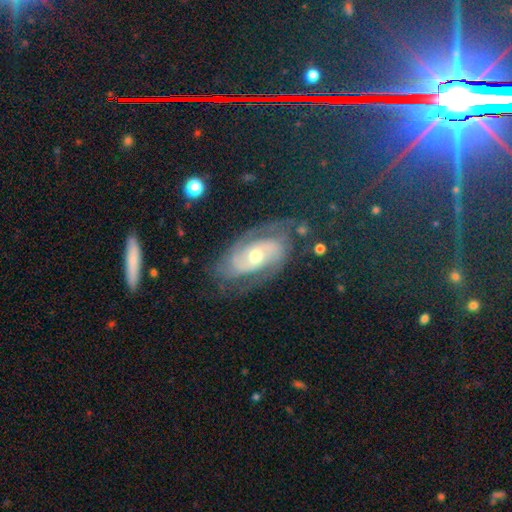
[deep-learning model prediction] Q: Smooth or featured?
A: featured or disk (84%); runner-up: smooth (10%)
Q: Edge-on disk?
A: no (95%); runner-up: yes (5%)
Q: Bar?
A: no (66%); runner-up: weak (26%)
Q: Spiral arms?
A: yes (93%); runner-up: no (7%)
Q: Spiral winding?
A: tight (51%); runner-up: medium (36%)
Q: Spiral arm count?
A: 2 (58%); runner-up: can't tell (21%)
Q: Bulge size?
A: moderate (67%); runner-up: small (26%)
Q: Merging?
A: none (65%); runner-up: minor disturbance (20%)